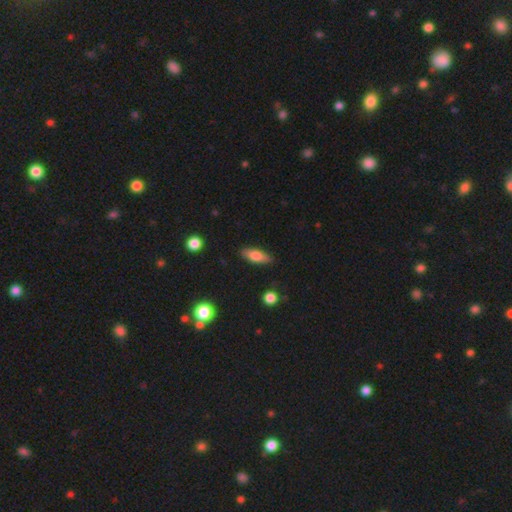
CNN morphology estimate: A smooth galaxy with no disk features (70%) that is in between round and cigar-shaped (62%).

Vote fractions:
- Smooth or featured? smooth: 70% / featured or disk: 23% / star or artifact: 7%
- How rounded? in between: 62% / cigar-shaped: 35% / round: 3%
- Merging? none: 85% / minor disturbance: 11% / major disturbance: 2% / merger: 1%